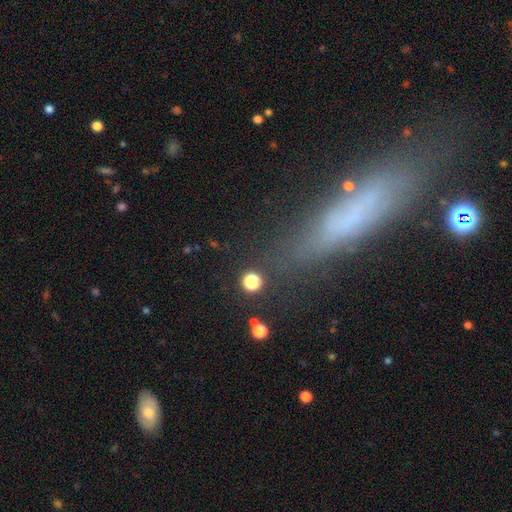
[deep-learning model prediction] This is possibly a smooth galaxy (49%). Merging: likely none (72%).